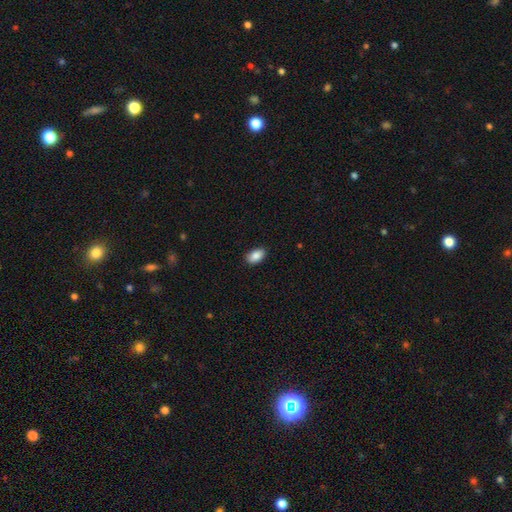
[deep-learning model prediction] This is clearly a smooth galaxy (88%). How rounded: clearly in between (92%). Merging: clearly none (89%).